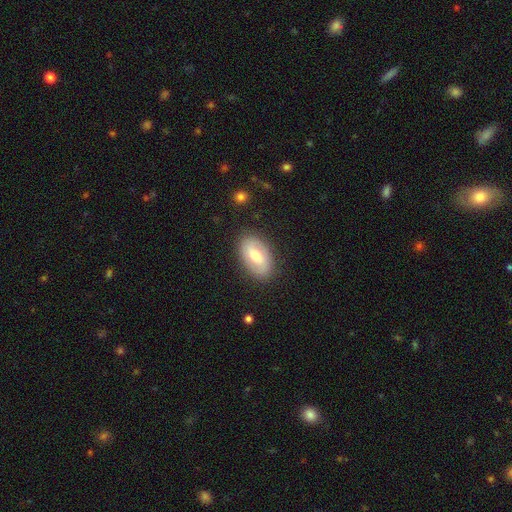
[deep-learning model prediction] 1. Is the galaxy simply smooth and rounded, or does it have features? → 51% smooth, 42% featured or disk, 7% star or artifact.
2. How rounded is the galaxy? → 91% in between, 7% round, 2% cigar-shaped.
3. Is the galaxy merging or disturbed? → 85% none, 10% minor disturbance, 3% major disturbance, 1% merger.